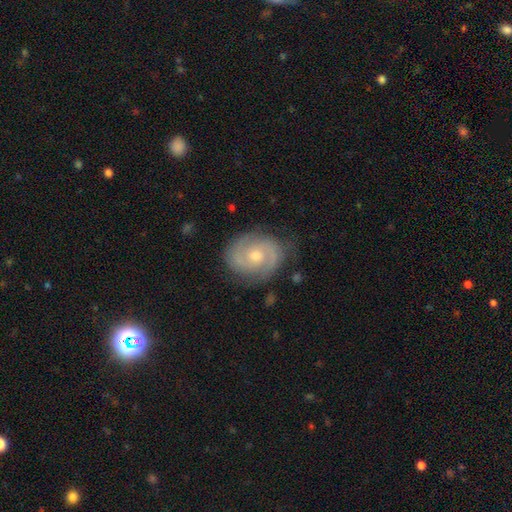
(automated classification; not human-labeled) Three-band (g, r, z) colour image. It shows a featured or disk galaxy (86%) with no bar (63%), 2 (87%) tight (52%) spiral arms (96%) and a moderate central bulge (60%). Merging: none (80%).